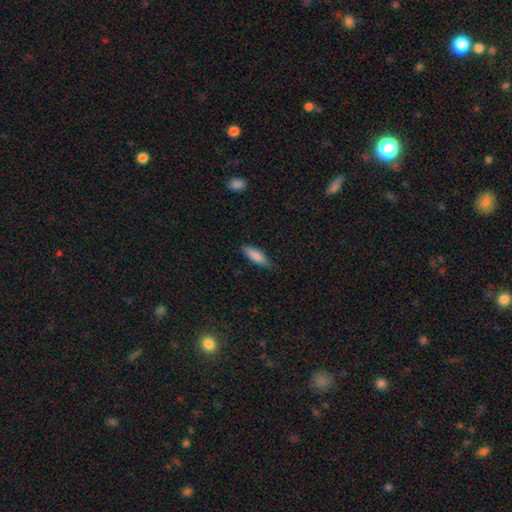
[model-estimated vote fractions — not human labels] Q: Smooth or featured?
A: smooth (85%); runner-up: featured or disk (9%)
Q: How rounded?
A: in between (55%); runner-up: cigar-shaped (43%)
Q: Merging?
A: none (73%); runner-up: minor disturbance (22%)